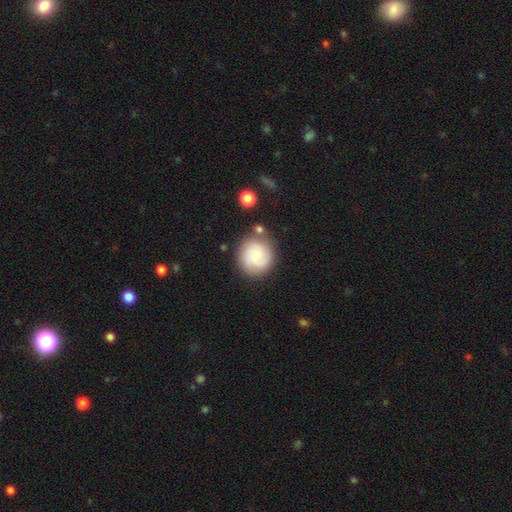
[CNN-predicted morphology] The model was most divided on "smooth or featured": smooth: 63%, featured or disk: 29%, star or artifact: 8%. More confident: how rounded — round (89%); merging — none (74%).